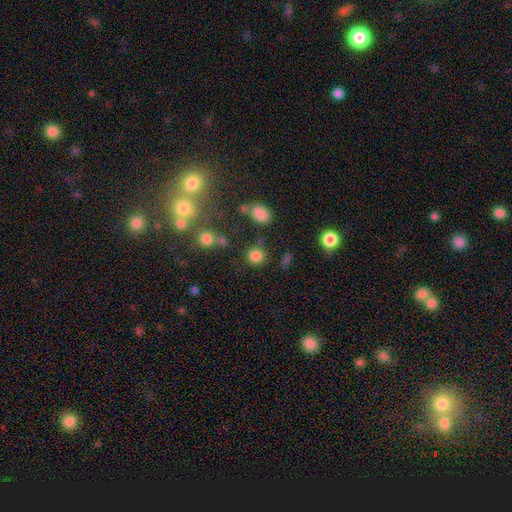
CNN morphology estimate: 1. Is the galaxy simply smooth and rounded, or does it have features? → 82% smooth, 13% star or artifact, 5% featured or disk.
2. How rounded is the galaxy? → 86% round, 13% in between, 1% cigar-shaped.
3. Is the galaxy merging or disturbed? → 80% none, 10% minor disturbance, 6% merger, 4% major disturbance.